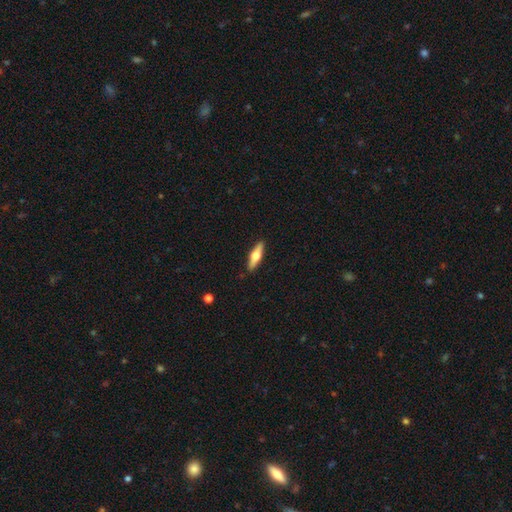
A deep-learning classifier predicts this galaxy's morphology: This appears to be a featured or disk galaxy (55%) viewed edge-on (95%) with a rounded central bulge (95%). Merging: none (90%).